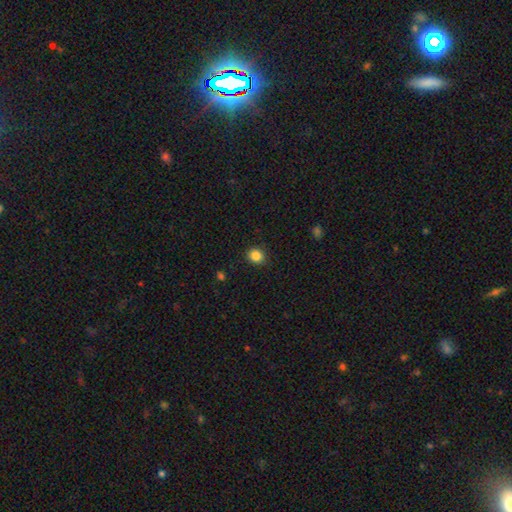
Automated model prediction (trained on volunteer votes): smooth_or_featured: smooth (p=0.86) [alt: star or artifact p=0.11]
how_rounded: round (p=0.80) [alt: in between p=0.19]
merging: none (p=0.90) [alt: minor disturbance p=0.07]